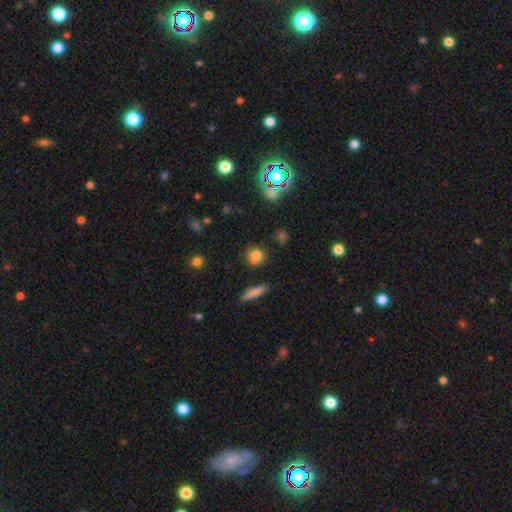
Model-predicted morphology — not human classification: Smooth or featured?
  - smooth: 75% *
  - star or artifact: 16%
  - featured or disk: 9%
How rounded?
  - round: 81% *
  - in between: 16%
  - cigar-shaped: 3%
Merging?
  - none: 72% *
  - merger: 13%
  - minor disturbance: 11%
  - major disturbance: 4%